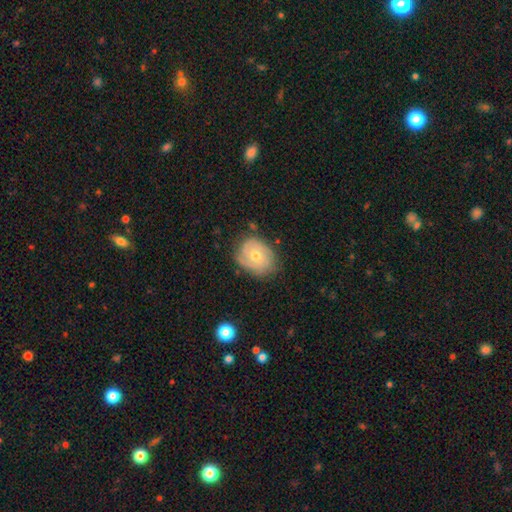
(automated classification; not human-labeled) This is likely a featured or disk galaxy (64%). It is clearly not viewed edge-on (97%). Bar: likely no (75%). Spiral arm pattern: clearly yes (85%). Spiral arm count: marginally can't tell (32%). Spiral winding: possibly tight (60%). Central bulge: possibly moderate (56%). Merging: likely none (70%).